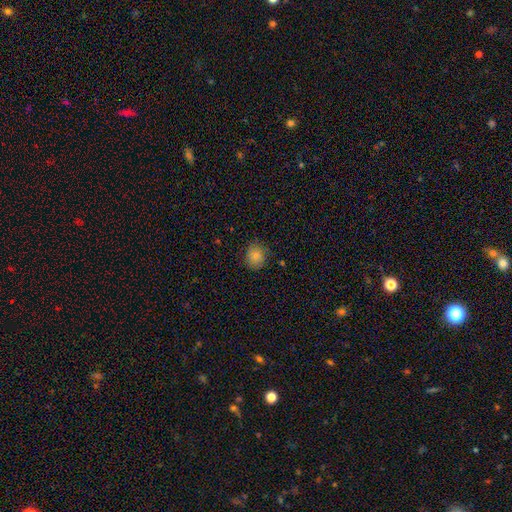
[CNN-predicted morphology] The model was most divided on "how rounded": round: 77%, in between: 23%, cigar-shaped: 1%. More confident: smooth or featured — smooth (85%); merging — none (79%).